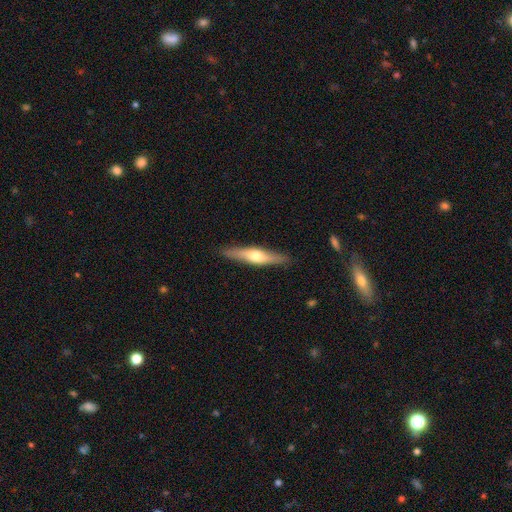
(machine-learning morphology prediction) Q: Smooth or featured?
A: featured or disk (56%); runner-up: smooth (39%)
Q: Edge-on disk?
A: yes (92%); runner-up: no (8%)
Q: Edge-on bulge?
A: rounded (91%); runner-up: none (5%)
Q: Merging?
A: none (89%); runner-up: minor disturbance (8%)